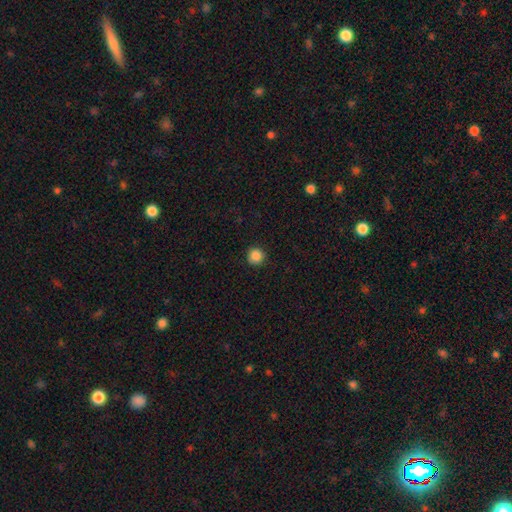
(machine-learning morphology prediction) smooth-or-featured: smooth: 86% | star or artifact: 11% | featured or disk: 3%
  how-rounded: round: 95% | in between: 4% | cigar-shaped: 1%
  merging: none: 91% | minor disturbance: 6% | major disturbance: 2% | merger: 1%